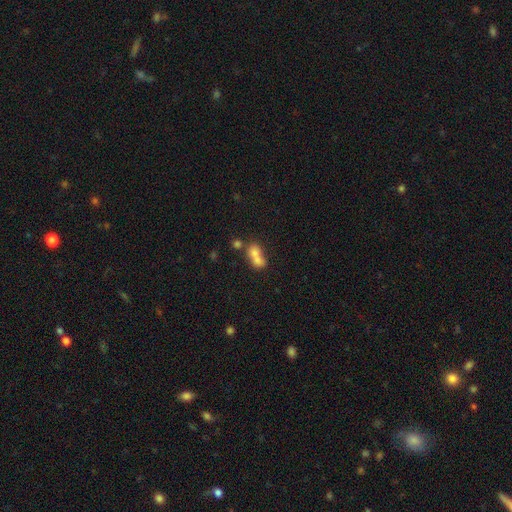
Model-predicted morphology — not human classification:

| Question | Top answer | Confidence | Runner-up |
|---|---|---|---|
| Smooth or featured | smooth | 70% | featured or disk (19%) |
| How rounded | in between | 56% | round (41%) |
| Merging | merger | 69% | none (20%) |